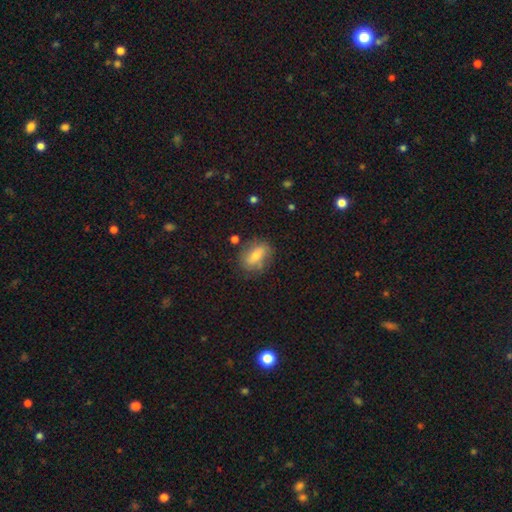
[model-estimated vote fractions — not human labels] This appears to be a smooth galaxy with no disk features (61%) that is in between round and cigar-shaped (76%). Merging: none (72%).